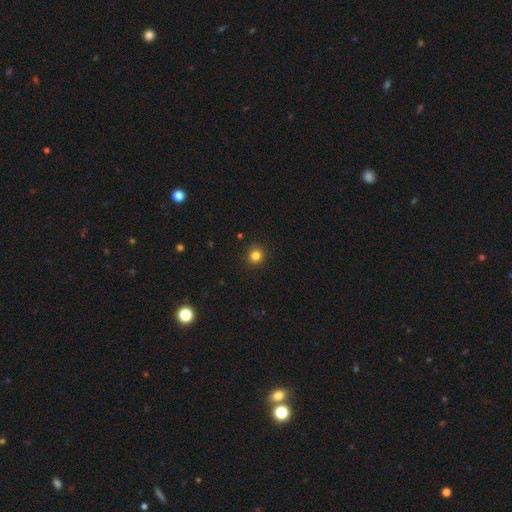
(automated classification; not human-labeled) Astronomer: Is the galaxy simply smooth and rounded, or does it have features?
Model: smooth — 82%.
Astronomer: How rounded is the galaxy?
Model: round — 91%.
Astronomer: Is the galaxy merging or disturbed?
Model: none — 91%.